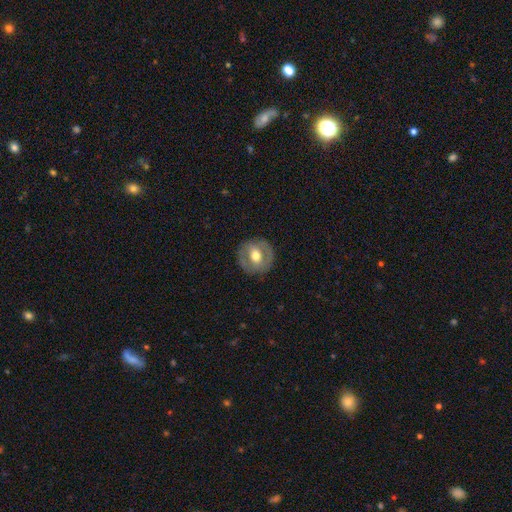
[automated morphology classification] Q: Smooth or featured?
A: featured or disk (53%); runner-up: smooth (41%)
Q: Edge-on disk?
A: no (94%); runner-up: yes (6%)
Q: Merging?
A: none (85%); runner-up: minor disturbance (10%)